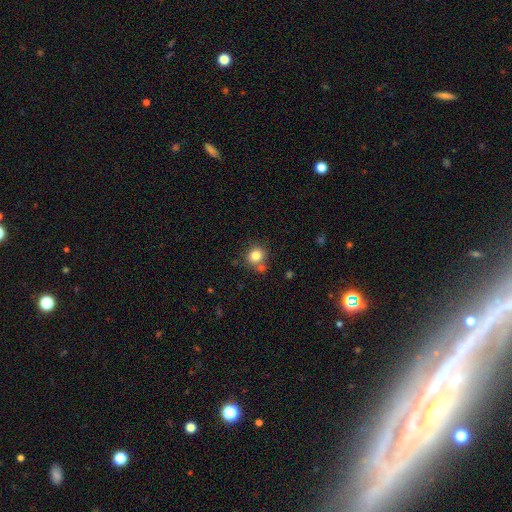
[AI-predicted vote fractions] smooth_or_featured: smooth (p=0.82) [alt: star or artifact p=0.11]
how_rounded: round (p=0.86) [alt: in between p=0.13]
merging: none (p=0.70) [alt: merger p=0.15]